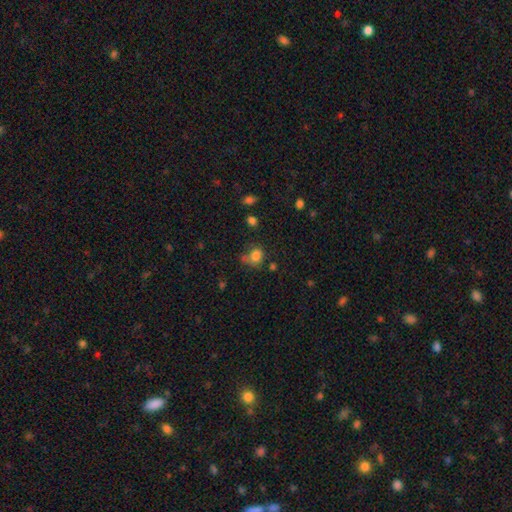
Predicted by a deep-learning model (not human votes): This appears to be a smooth galaxy with no disk features (80%) that is round (56%). Merging: none (49%).